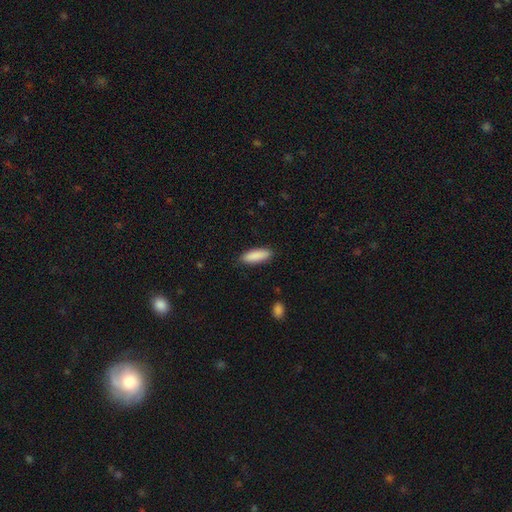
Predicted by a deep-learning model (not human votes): Q: Smooth or featured?
A: smooth (89%); runner-up: star or artifact (6%)
Q: How rounded?
A: in between (57%); runner-up: cigar-shaped (41%)
Q: Merging?
A: none (87%); runner-up: minor disturbance (10%)